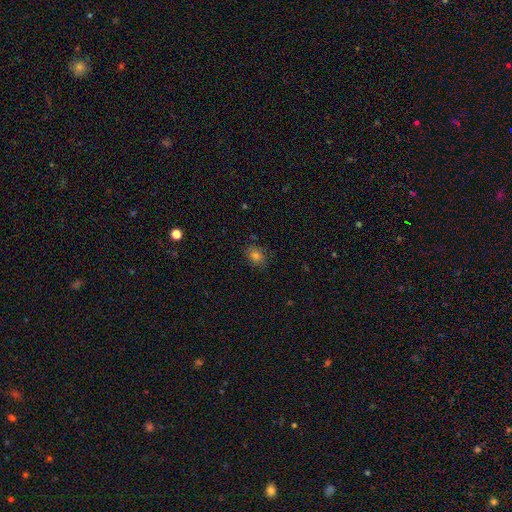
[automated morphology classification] smooth 74%, star or artifact 16%, featured or disk 10%. Down the decision tree: how rounded — in between (52%); merging — none (77%).